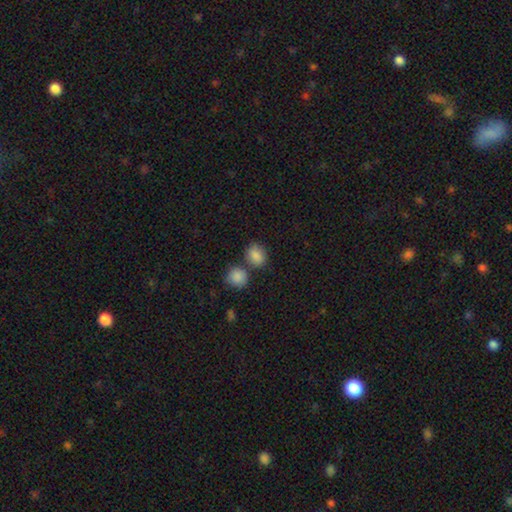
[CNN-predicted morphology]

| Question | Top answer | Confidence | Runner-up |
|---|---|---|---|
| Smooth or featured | smooth | 86% | star or artifact (9%) |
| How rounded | round | 51% | in between (48%) |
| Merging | none | 62% | merger (22%) |